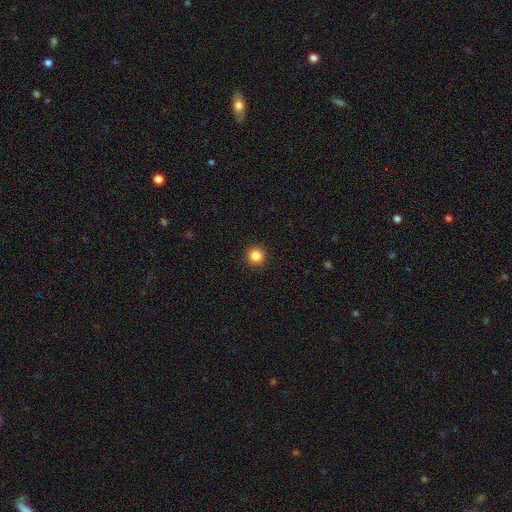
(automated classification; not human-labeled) Q: Smooth or featured?
A: smooth (85%); runner-up: star or artifact (11%)
Q: How rounded?
A: round (96%); runner-up: in between (3%)
Q: Merging?
A: none (93%); runner-up: minor disturbance (4%)